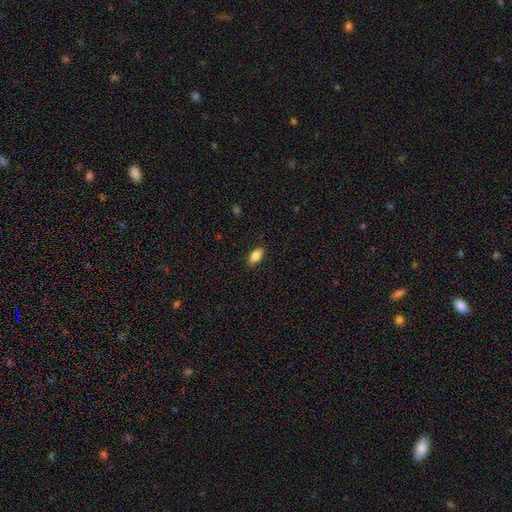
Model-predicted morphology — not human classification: Smooth or featured?
  - smooth: 77% *
  - featured or disk: 15%
  - star or artifact: 8%
How rounded?
  - in between: 85% *
  - cigar-shaped: 11%
  - round: 4%
Merging?
  - none: 88% *
  - minor disturbance: 9%
  - major disturbance: 2%
  - merger: 1%